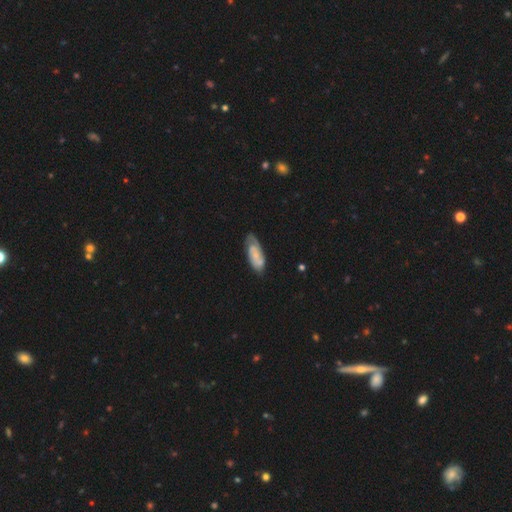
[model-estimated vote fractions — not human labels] This is likely a featured or disk galaxy (61%). It is clearly not viewed edge-on (91%). Bar: likely no (62%). Spiral arm pattern: clearly yes (88%). Central bulge: possibly small (59%). Merging: likely none (70%).